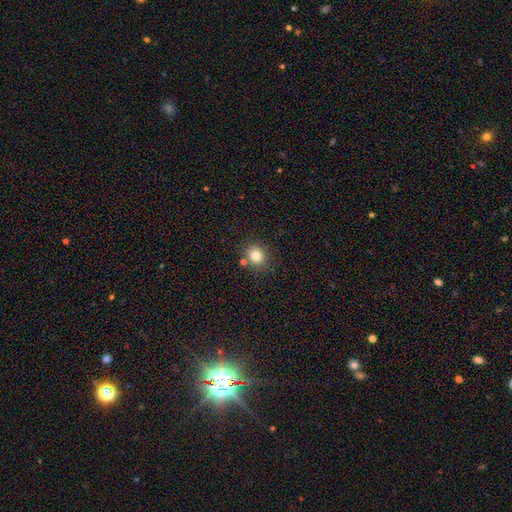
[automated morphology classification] A smooth galaxy with no disk features (81%) that is round (79%).

Vote fractions:
- Smooth or featured? smooth: 81% / star or artifact: 12% / featured or disk: 7%
- How rounded? round: 79% / in between: 20% / cigar-shaped: 1%
- Merging? none: 81% / minor disturbance: 9% / merger: 7% / major disturbance: 3%